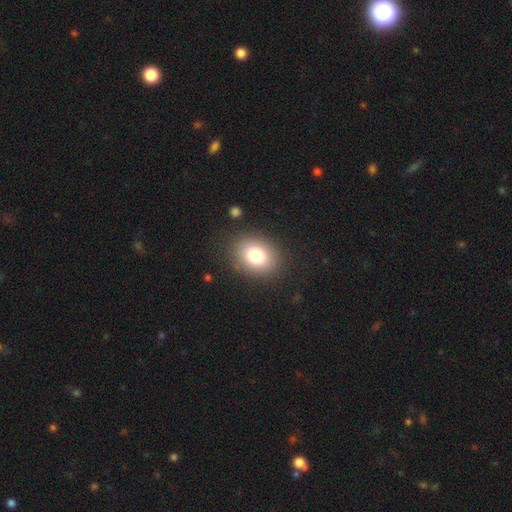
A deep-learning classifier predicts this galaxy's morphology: This appears to be a smooth galaxy with no disk features (81%) that is in between round and cigar-shaped (57%). Merging: none (85%).